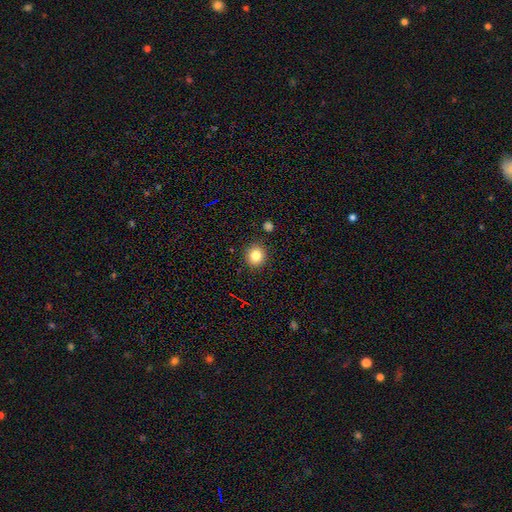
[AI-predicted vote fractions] The model was most divided on "smooth or featured": smooth: 83%, star or artifact: 11%, featured or disk: 6%. More confident: merging — none (89%); how rounded — round (86%).